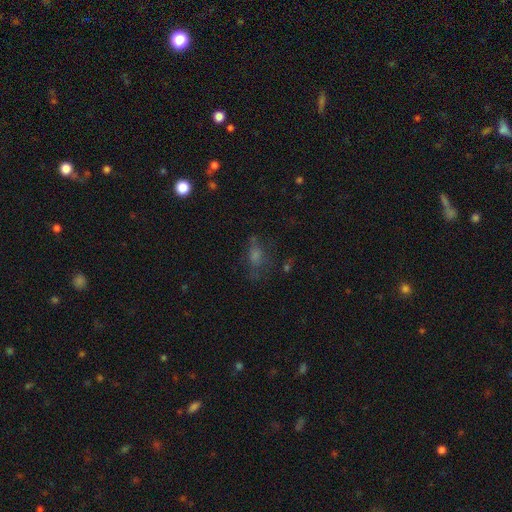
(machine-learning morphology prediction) The model was most divided on "merging": none: 42%, major disturbance: 29%, minor disturbance: 23%, merger: 6%. More confident: how rounded — in between (75%); smooth or featured — smooth (59%).